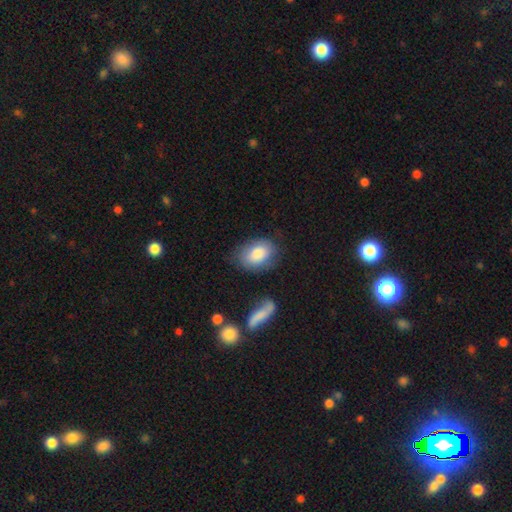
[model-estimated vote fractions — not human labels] smooth 80%, featured or disk 13%, star or artifact 7%. Down the decision tree: how rounded — in between (83%); merging — none (69%).